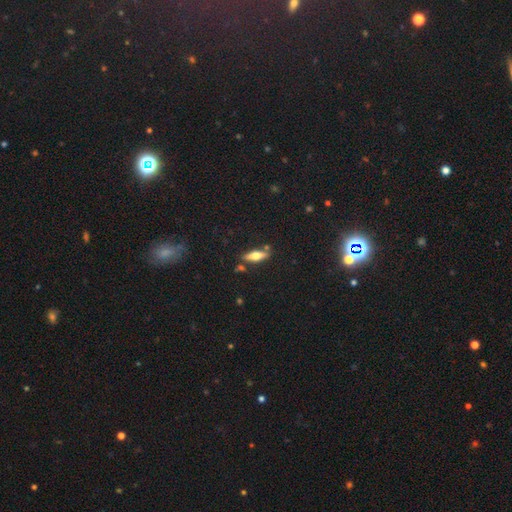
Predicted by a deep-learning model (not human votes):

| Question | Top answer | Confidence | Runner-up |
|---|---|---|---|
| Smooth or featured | smooth | 51% | featured or disk (42%) |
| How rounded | in between | 48% | tied: cigar-shaped (48%) |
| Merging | none | 79% | minor disturbance (12%) |